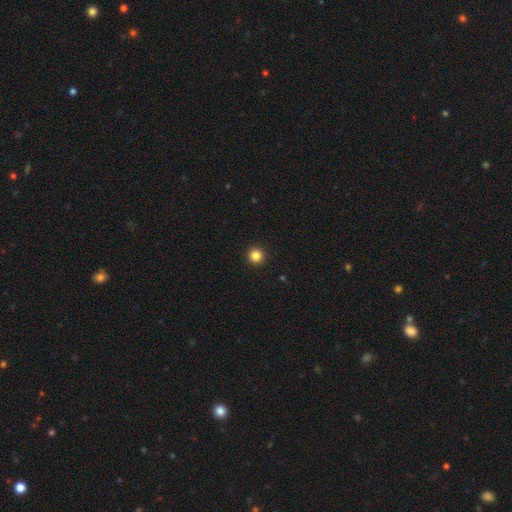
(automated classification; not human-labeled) smooth-or-featured: smooth: 85% | star or artifact: 11% | featured or disk: 4%
  how-rounded: round: 96% | in between: 3% | cigar-shaped: 1%
  merging: none: 94% | minor disturbance: 4% | major disturbance: 1% | merger: 1%